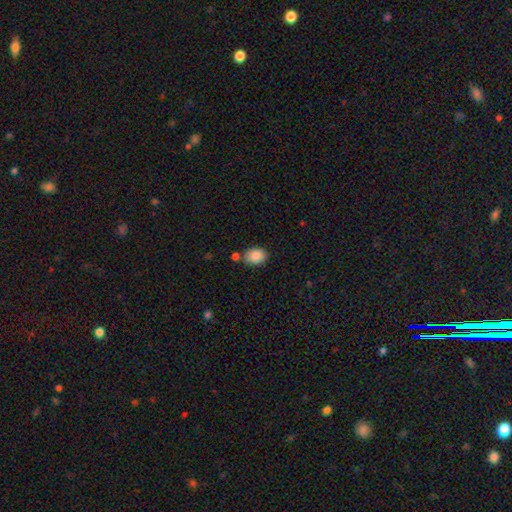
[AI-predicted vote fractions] A smooth galaxy with no disk features (88%) that is in between round and cigar-shaped (74%). Merging: none (73%).